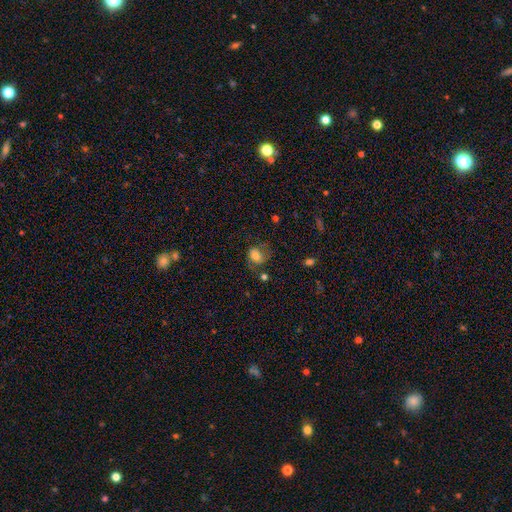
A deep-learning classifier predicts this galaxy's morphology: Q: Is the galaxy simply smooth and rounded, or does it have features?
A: smooth — 65%.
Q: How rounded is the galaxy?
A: round — 51%.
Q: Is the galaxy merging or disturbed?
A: none — 49%.